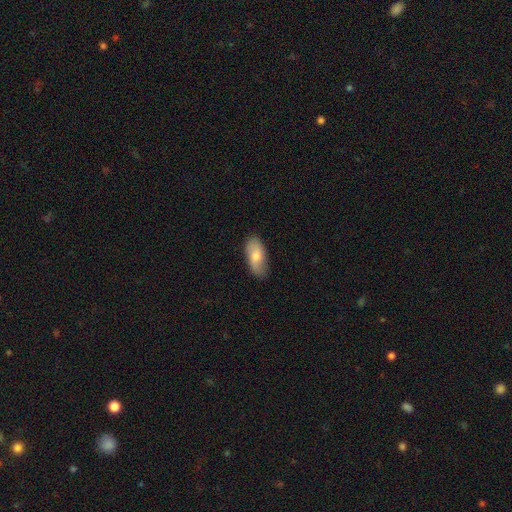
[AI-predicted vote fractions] smooth-or-featured: smooth: 70% | featured or disk: 24% | star or artifact: 6%
  how-rounded: in between: 87% | cigar-shaped: 10% | round: 3%
  merging: none: 83% | minor disturbance: 14% | major disturbance: 2% | merger: 1%